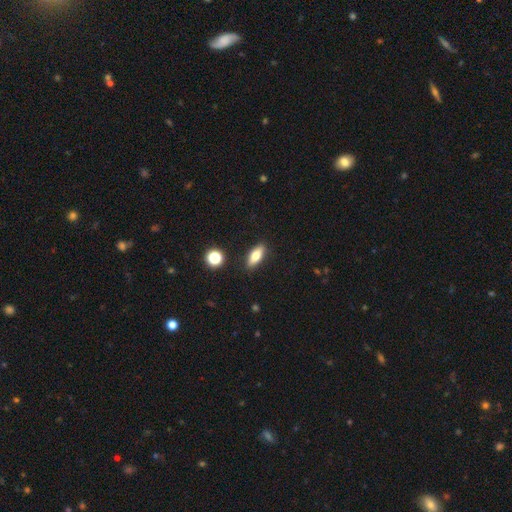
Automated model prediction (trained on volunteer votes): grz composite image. It shows a smooth galaxy with no disk features (71%) that is in between round and cigar-shaped (72%). Merging: none (88%).